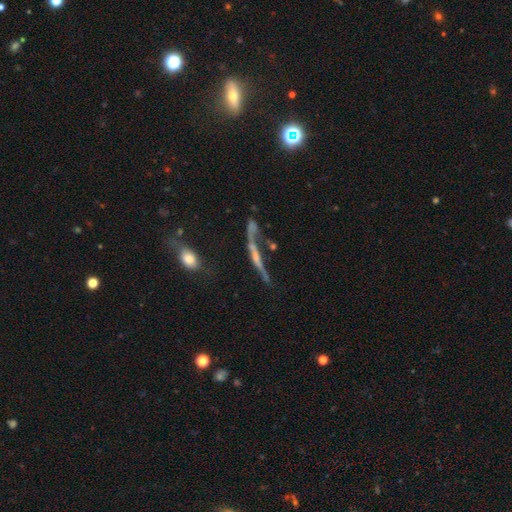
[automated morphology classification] Smooth or featured? featured or disk (63%)
Edge-on disk? yes (67%)
Merging? none (32%)